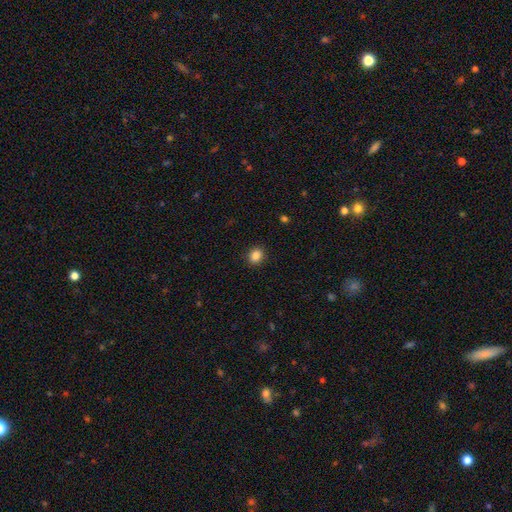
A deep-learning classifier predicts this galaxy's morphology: This is clearly a smooth galaxy (86%). How rounded: likely round (61%). Merging: clearly none (90%).